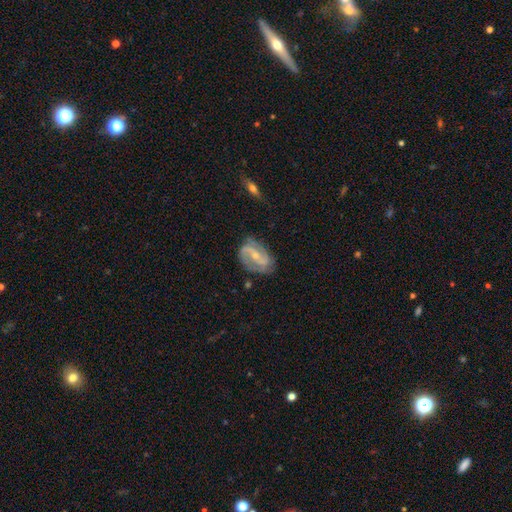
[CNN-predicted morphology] Smooth or featured? Predicted: featured or disk (p=0.85). Edge-on disk? Predicted: no (p=0.97). Bar? Predicted: weak (p=0.40). Spiral arms? Predicted: yes (p=0.95). Spiral winding? Predicted: medium (p=0.46). Spiral arm count? Predicted: 2 (p=0.86). Bulge size? Predicted: small (p=0.62). Merging? Predicted: none (p=0.70).